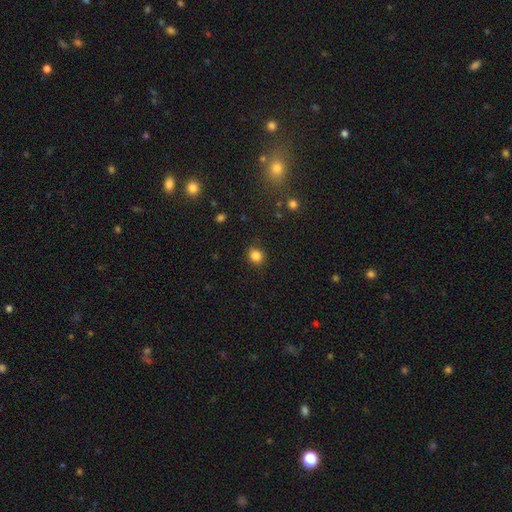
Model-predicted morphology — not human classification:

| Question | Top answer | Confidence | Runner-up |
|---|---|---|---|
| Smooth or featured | smooth | 84% | star or artifact (11%) |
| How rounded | round | 71% | in between (28%) |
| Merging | none | 88% | minor disturbance (8%) |